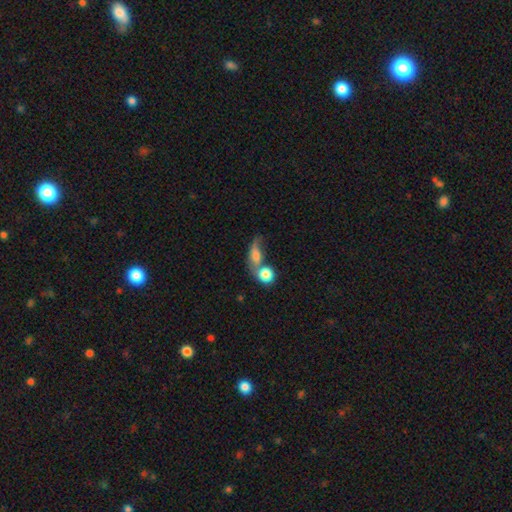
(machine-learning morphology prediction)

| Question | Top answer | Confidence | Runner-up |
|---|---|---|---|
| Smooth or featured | smooth | 67% | featured or disk (23%) |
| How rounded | in between | 58% | round (29%) |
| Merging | merger | 52% | none (22%) |